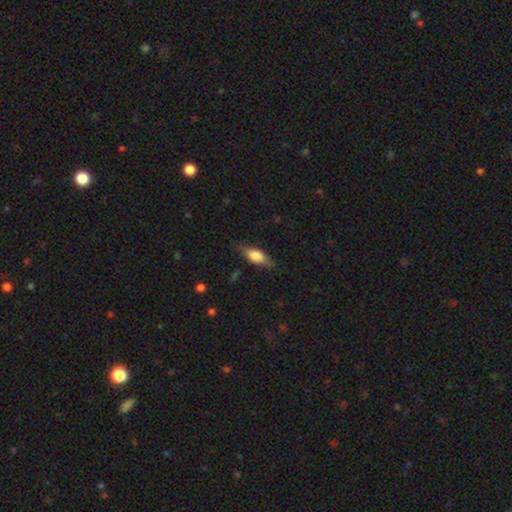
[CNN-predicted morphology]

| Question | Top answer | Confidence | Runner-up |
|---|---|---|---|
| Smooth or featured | smooth | 62% | featured or disk (31%) |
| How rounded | in between | 66% | cigar-shaped (30%) |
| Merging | none | 76% | minor disturbance (19%) |